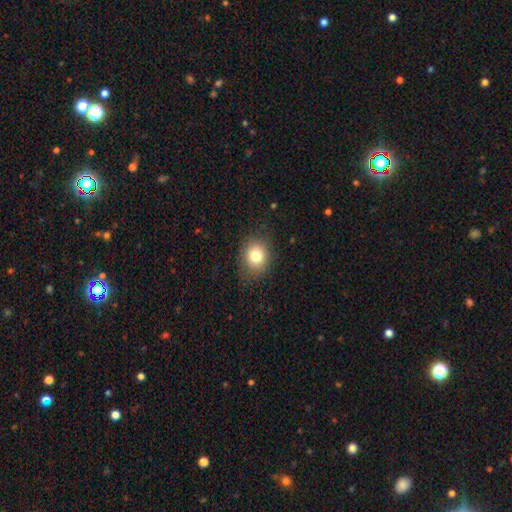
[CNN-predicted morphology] A smooth galaxy with no disk features (80%) that is round (58%).

Vote fractions:
- Smooth or featured? smooth: 80% / star or artifact: 11% / featured or disk: 9%
- How rounded? round: 58% / in between: 42% / cigar-shaped: 1%
- Merging? none: 79% / minor disturbance: 15% / major disturbance: 5% / merger: 1%